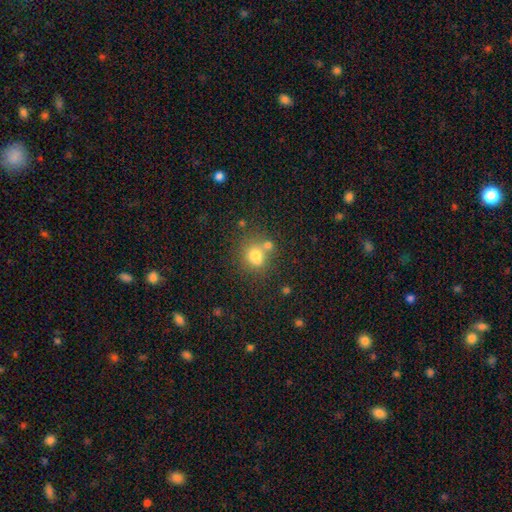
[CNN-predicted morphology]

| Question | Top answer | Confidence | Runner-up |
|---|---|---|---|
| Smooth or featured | smooth | 73% | star or artifact (14%) |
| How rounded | round | 75% | in between (24%) |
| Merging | none | 50% | merger (32%) |